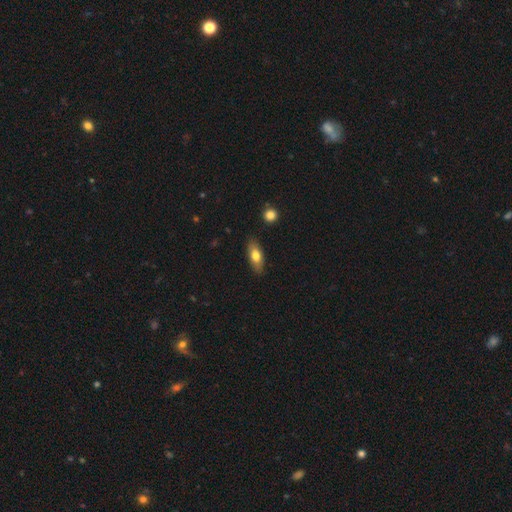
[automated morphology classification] smooth_or_featured: smooth (p=0.72) [alt: featured or disk p=0.21]
how_rounded: in between (p=0.80) [alt: cigar-shaped p=0.16]
merging: none (p=0.86) [alt: minor disturbance p=0.10]